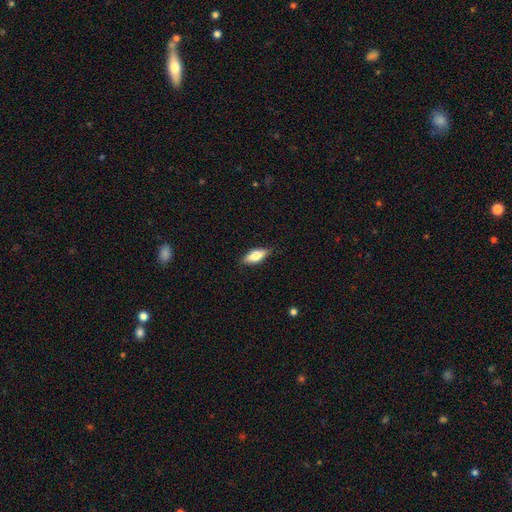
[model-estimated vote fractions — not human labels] Overall: smooth (68%). How rounded: in between (75%). Merging: none (86%).